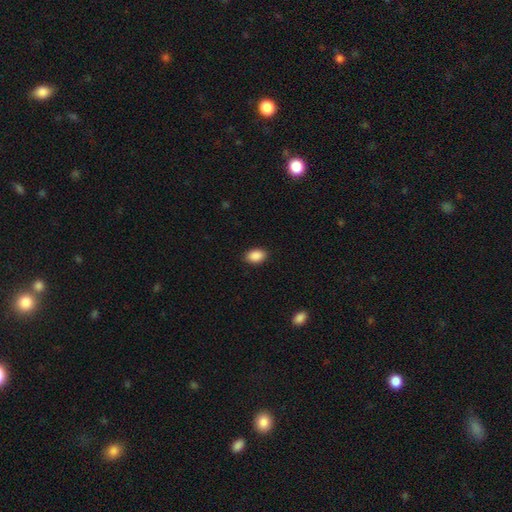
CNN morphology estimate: This is clearly a smooth galaxy (90%). How rounded: clearly in between (88%). Merging: clearly none (89%).